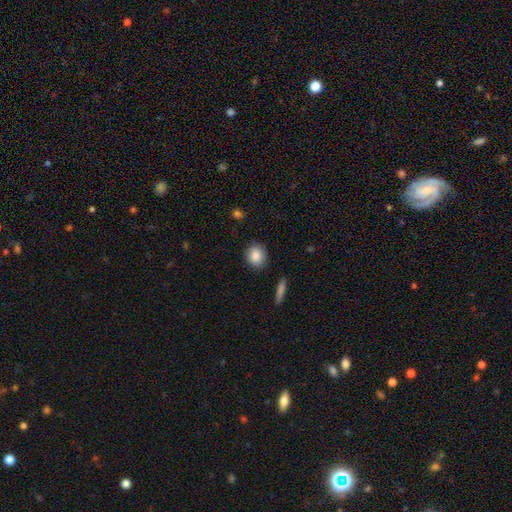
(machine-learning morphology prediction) Smooth or featured? smooth (86%)
How rounded? round (79%)
Merging? none (87%)